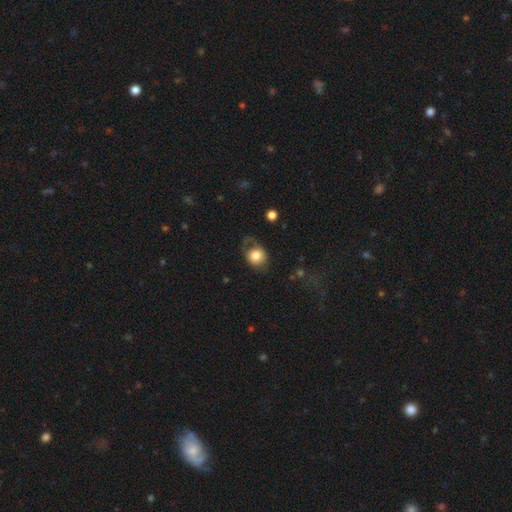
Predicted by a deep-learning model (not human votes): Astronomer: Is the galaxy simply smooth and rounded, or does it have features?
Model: smooth — 74%.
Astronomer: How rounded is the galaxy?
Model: round — 64%.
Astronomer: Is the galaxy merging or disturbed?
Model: none — 50% (runner-up: minor disturbance, 26%).